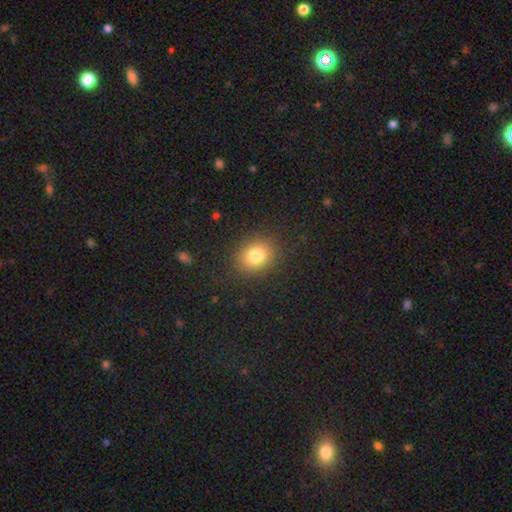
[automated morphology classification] Overall: smooth (80%). How rounded: round (62%; in between 37%). Merging: none (88%).